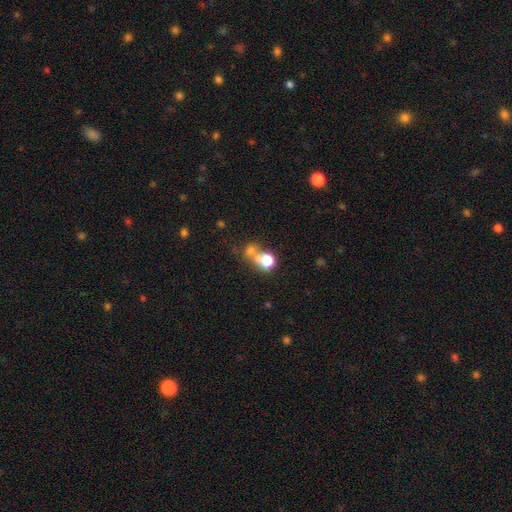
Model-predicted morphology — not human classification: The model was most divided on "merging": merger: 47%, none: 39%, minor disturbance: 8%, major disturbance: 6%. More confident: how rounded — round (78%); smooth or featured — smooth (66%).